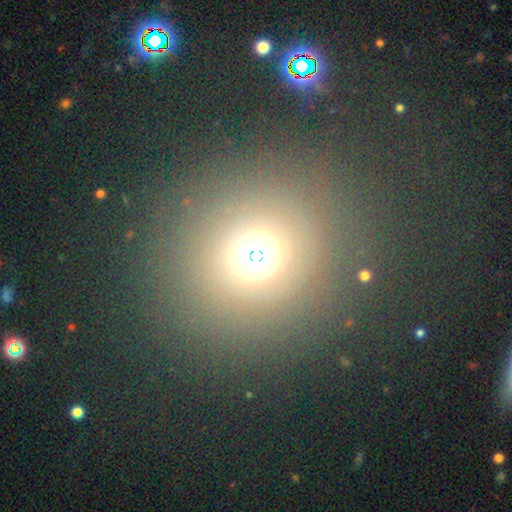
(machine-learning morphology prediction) smooth 61%, star or artifact 29%, featured or disk 10%. Down the decision tree: how rounded — round (91%); merging — none (82%).